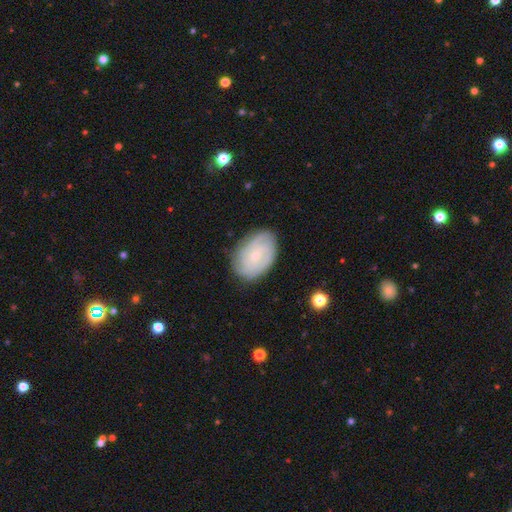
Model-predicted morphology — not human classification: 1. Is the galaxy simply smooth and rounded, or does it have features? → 68% featured or disk, 25% smooth, 7% star or artifact.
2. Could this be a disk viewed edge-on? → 97% no, 3% yes.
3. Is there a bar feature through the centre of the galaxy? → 68% no, 28% weak, 4% strong.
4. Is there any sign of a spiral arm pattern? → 93% yes, 7% no.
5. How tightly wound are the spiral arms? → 67% tight, 26% medium, 7% loose.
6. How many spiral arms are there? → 39% can't tell, 21% 3, 18% 2, 13% 4, 5% more than 4, 5% 1.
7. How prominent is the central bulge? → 74% small, 19% moderate, 5% none, 1% large, 1% dominant.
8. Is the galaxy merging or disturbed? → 80% none, 15% minor disturbance, 4% major disturbance, 1% merger.